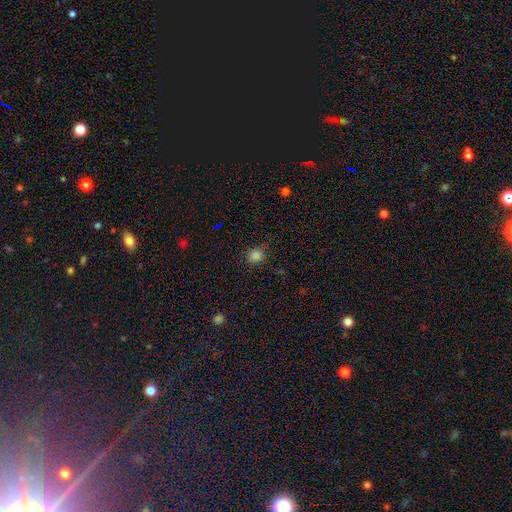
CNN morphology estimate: Smooth or featured?
  - smooth: 82% *
  - star or artifact: 14%
  - featured or disk: 4%
How rounded?
  - round: 79% *
  - in between: 20%
  - cigar-shaped: 1%
Merging?
  - none: 72% *
  - minor disturbance: 20%
  - major disturbance: 6%
  - merger: 2%